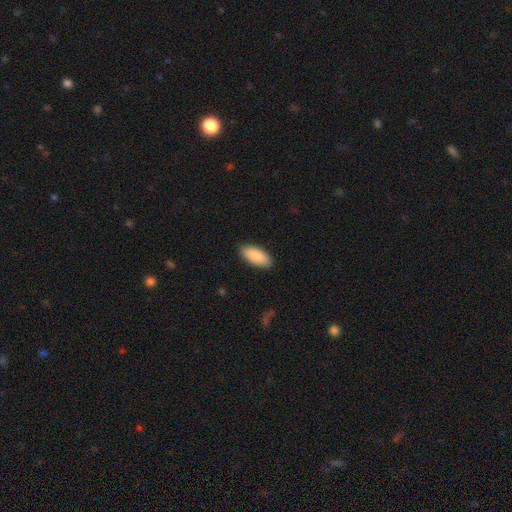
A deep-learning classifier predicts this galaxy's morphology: type=smooth (90%); roundness=in between (90%); merging=none (89%).